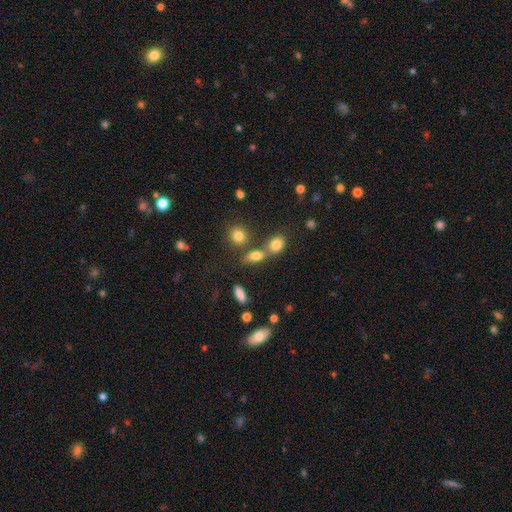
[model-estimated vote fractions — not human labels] Overall: smooth (75%). How rounded: in between (62%; round 28%). Merging: none (52%; merger 31%).